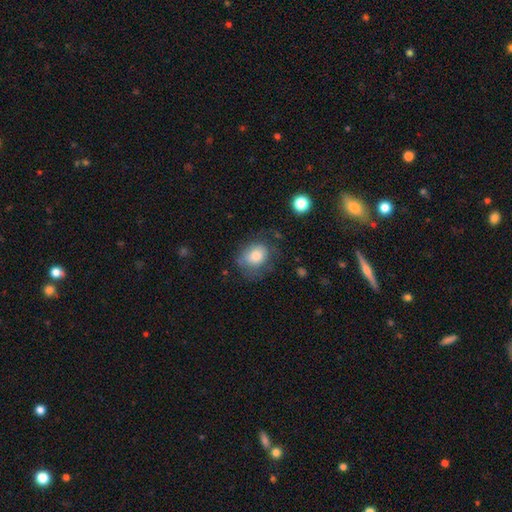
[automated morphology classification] type=smooth (76%); roundness=round (51%); merging=none (57%).